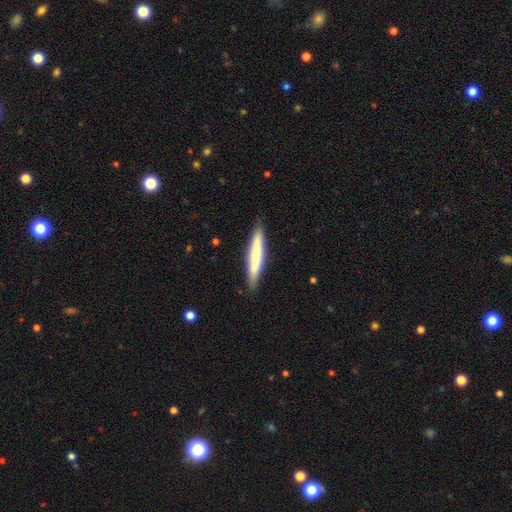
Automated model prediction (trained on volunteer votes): This appears to be a smooth galaxy with no disk features (68%) that is cigar-shaped (93%). Merging: none (88%).